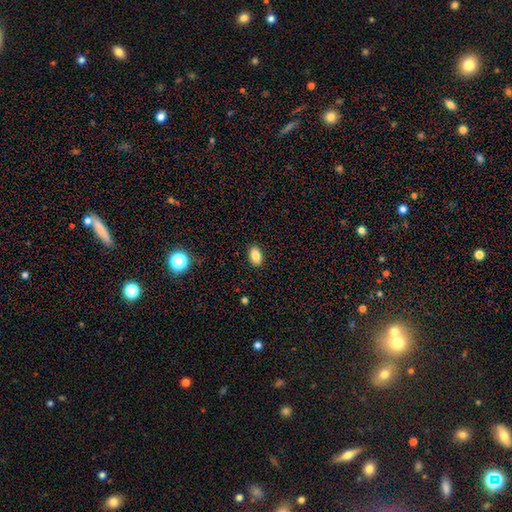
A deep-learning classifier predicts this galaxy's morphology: smooth_or_featured: smooth (p=0.85) [alt: star or artifact p=0.09]
how_rounded: in between (p=0.90) [alt: round p=0.08]
merging: none (p=0.89) [alt: minor disturbance p=0.08]